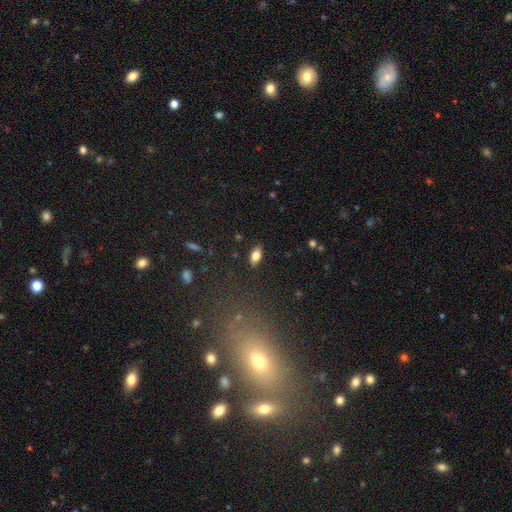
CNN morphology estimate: Q: Smooth or featured?
A: smooth (76%); runner-up: featured or disk (15%)
Q: How rounded?
A: in between (89%); runner-up: cigar-shaped (7%)
Q: Merging?
A: none (87%); runner-up: minor disturbance (9%)